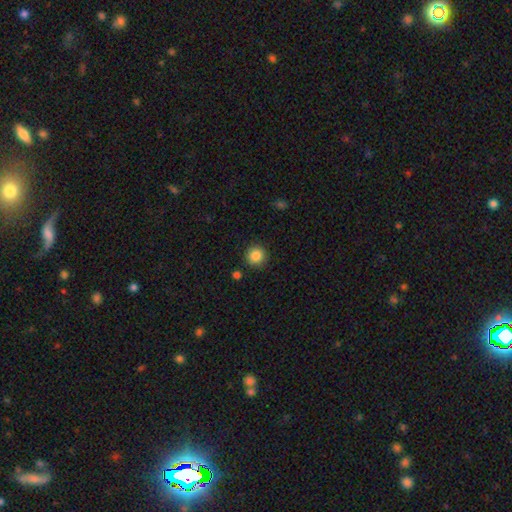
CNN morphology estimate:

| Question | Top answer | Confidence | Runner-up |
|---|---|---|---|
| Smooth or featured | smooth | 87% | star or artifact (10%) |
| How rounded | round | 94% | in between (5%) |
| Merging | none | 90% | minor disturbance (6%) |